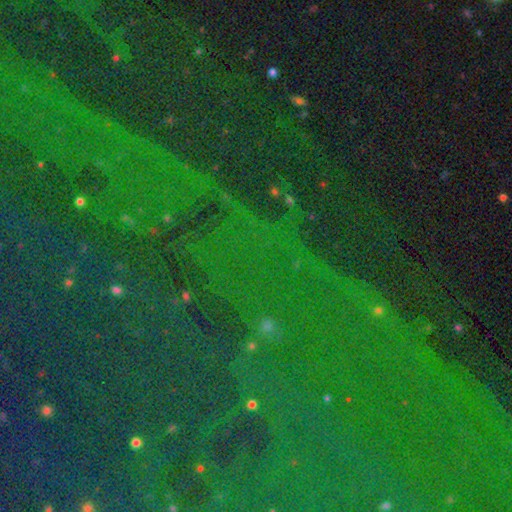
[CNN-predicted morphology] Smooth or featured? Predicted: star or artifact (p=0.85).